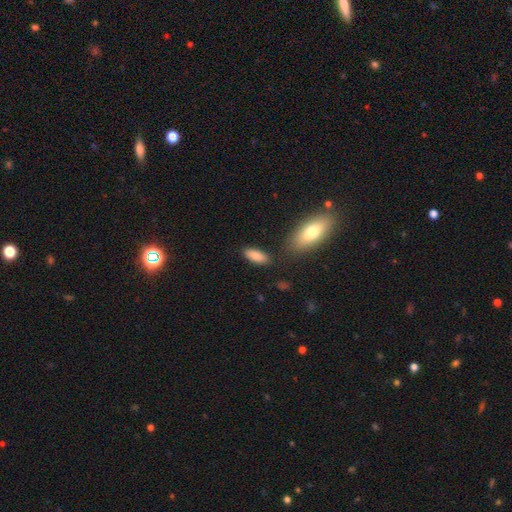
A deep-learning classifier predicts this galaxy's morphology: Smooth or featured?
  - smooth: 85% *
  - featured or disk: 8%
  - star or artifact: 7%
How rounded?
  - in between: 78% *
  - cigar-shaped: 19%
  - round: 2%
Merging?
  - none: 81% *
  - minor disturbance: 12%
  - merger: 5%
  - major disturbance: 3%